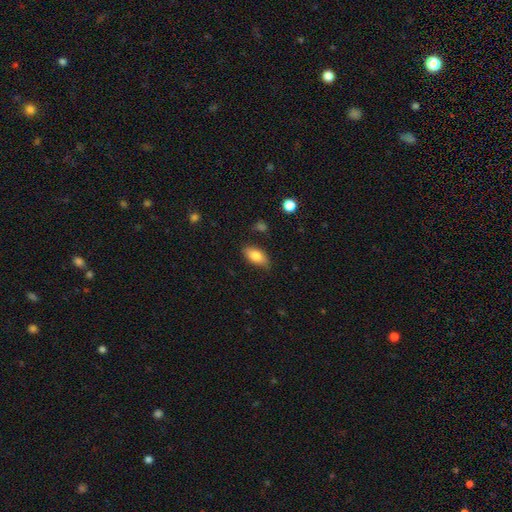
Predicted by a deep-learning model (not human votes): smooth 82%, featured or disk 11%, star or artifact 7%. Down the decision tree: how rounded — in between (90%); merging — none (81%).